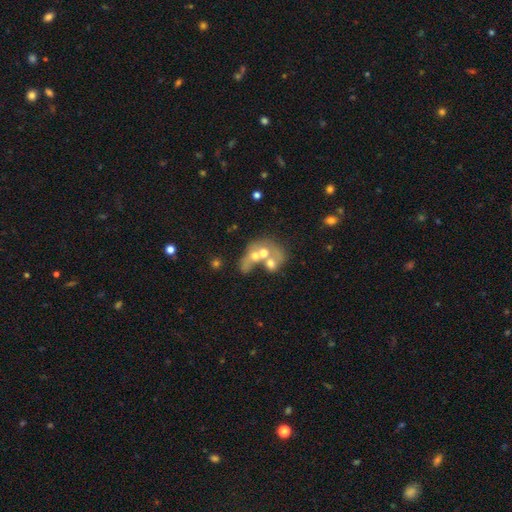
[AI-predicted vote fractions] A featured or disk galaxy (49%).

Vote fractions:
- Smooth or featured? featured or disk: 49% / smooth: 33% / star or artifact: 18%
- Merging? merger: 67% / none: 17% / major disturbance: 10% / minor disturbance: 7%